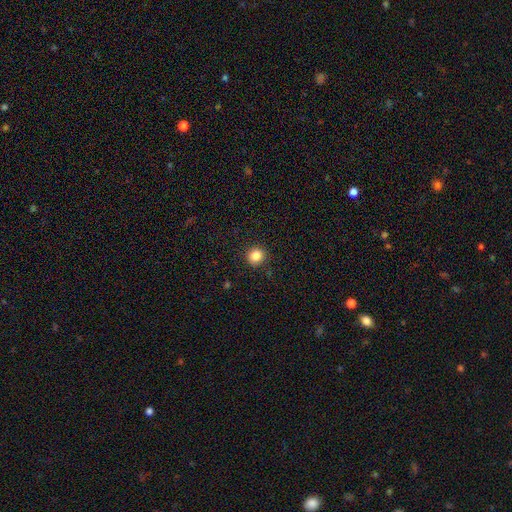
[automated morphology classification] Overall: smooth (85%). How rounded: round (92%). Merging: none (92%).